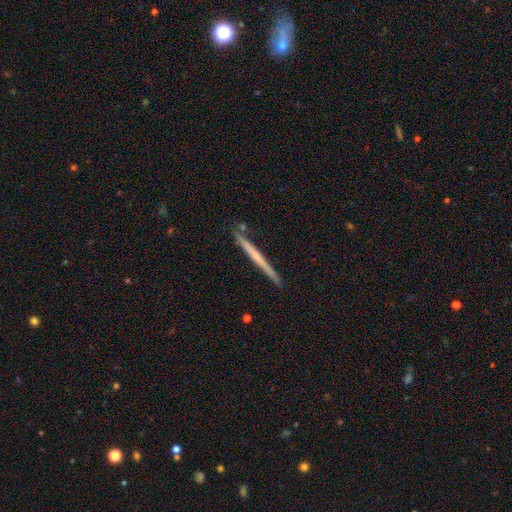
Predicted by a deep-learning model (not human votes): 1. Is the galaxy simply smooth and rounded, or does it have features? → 56% featured or disk, 39% smooth, 5% star or artifact.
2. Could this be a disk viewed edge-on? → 98% yes, 2% no.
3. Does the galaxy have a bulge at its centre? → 72% none, 23% rounded, 5% boxy.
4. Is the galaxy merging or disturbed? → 89% none, 8% minor disturbance, 2% merger, 1% major disturbance.